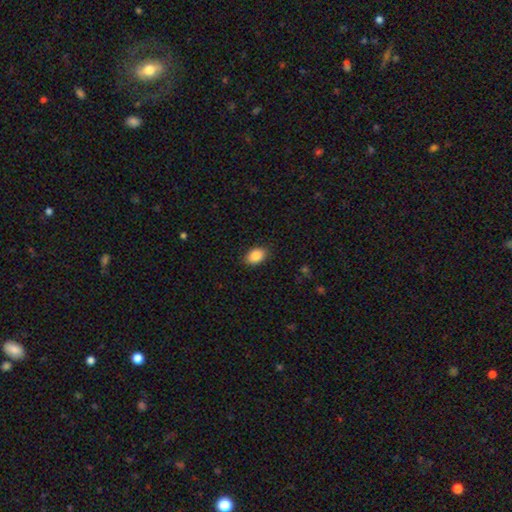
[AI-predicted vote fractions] This is clearly a smooth galaxy (87%). How rounded: clearly in between (84%). Merging: clearly none (87%).